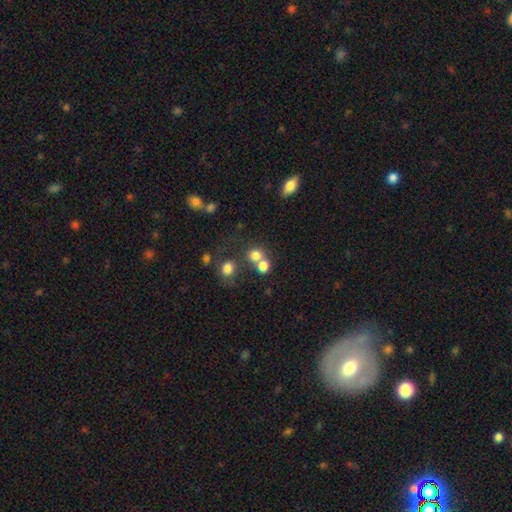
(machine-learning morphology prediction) A smooth galaxy with no disk features (76%) that is round (79%). Merging: none (45%).